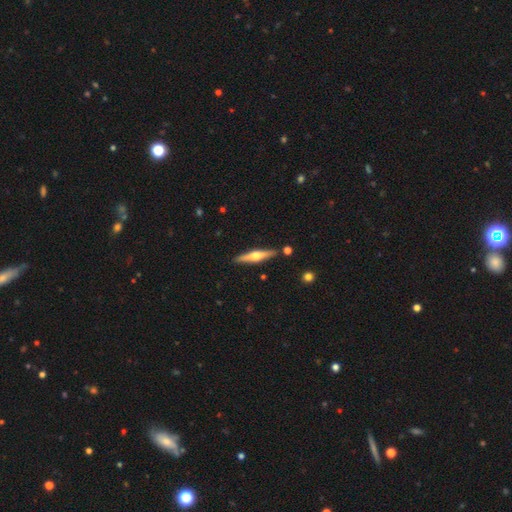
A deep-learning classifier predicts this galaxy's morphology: type=featured or disk (66%); edge-on=yes (97%); edge-on bulge=rounded (94%); merging=none (89%).